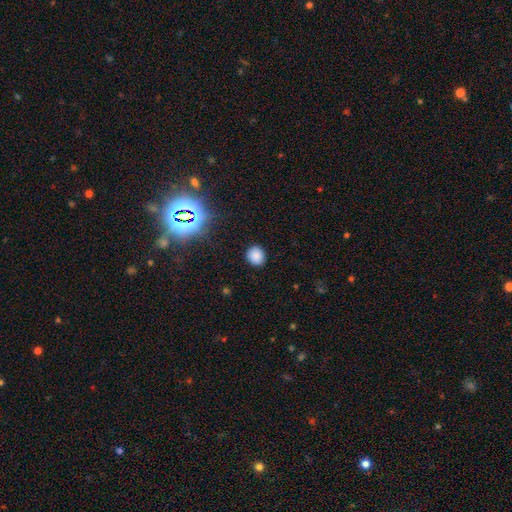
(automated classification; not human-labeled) Smooth or featured? smooth (83%)
How rounded? round (75%)
Merging? none (89%)